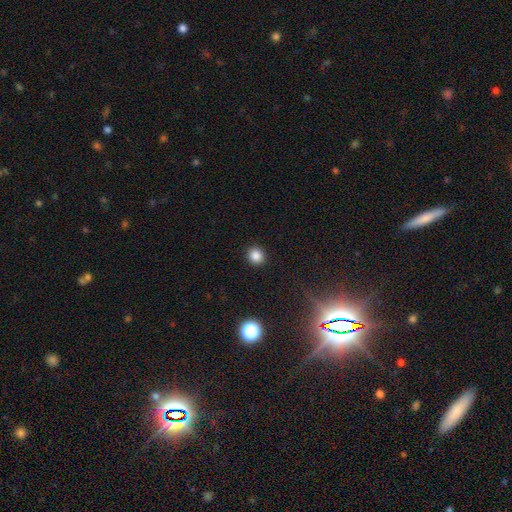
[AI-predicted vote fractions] Smooth or featured?
  - smooth: 85% *
  - star or artifact: 12%
  - featured or disk: 3%
How rounded?
  - round: 86% *
  - in between: 14%
  - cigar-shaped: 1%
Merging?
  - none: 92% *
  - minor disturbance: 5%
  - major disturbance: 2%
  - merger: 1%